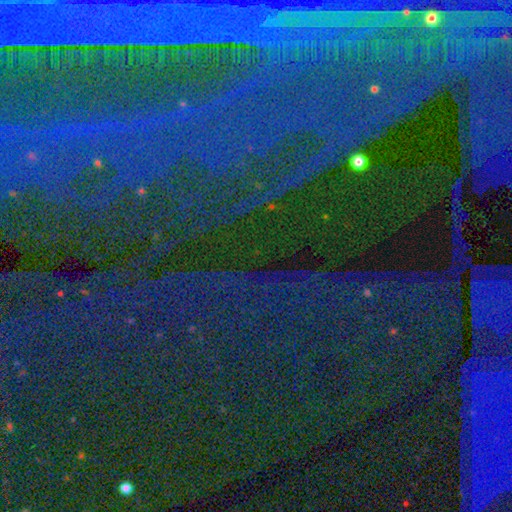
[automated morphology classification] smooth_or_featured: star or artifact (p=0.84) [alt: featured or disk p=0.08]